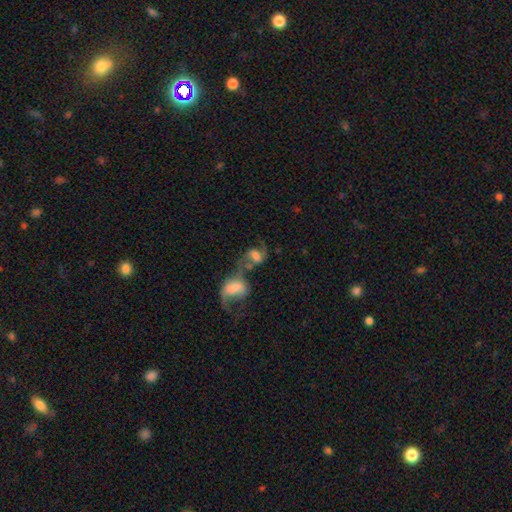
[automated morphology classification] Overall: featured or disk (66%). Edge-on disk: no (96%). Bar: weak (42%; no 38%). Spiral arms: yes (88%). Spiral arm count: 2 (81%). Spiral winding: loose (60%; medium 32%). Bulge size: moderate (35%; large 24%). Merging: merger (64%).